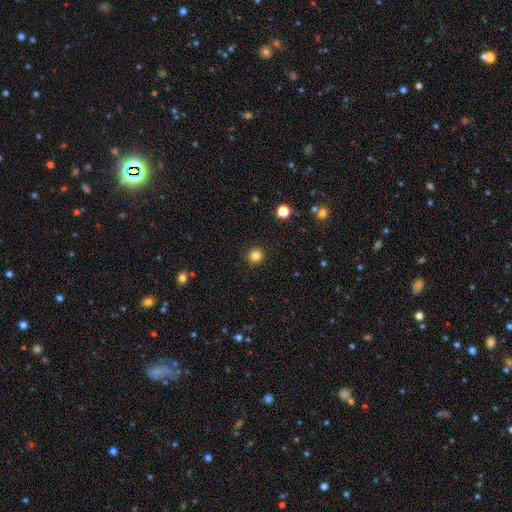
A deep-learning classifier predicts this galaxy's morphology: Smooth or featured? smooth (83%)
How rounded? round (95%)
Merging? none (92%)